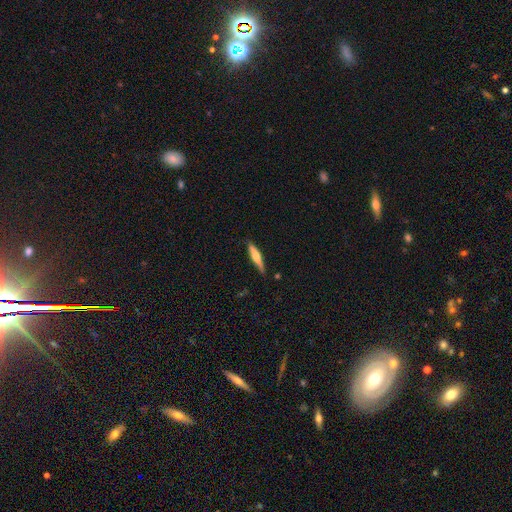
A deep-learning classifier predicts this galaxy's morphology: type=featured or disk (47%, tied with smooth); merging=none (83%).